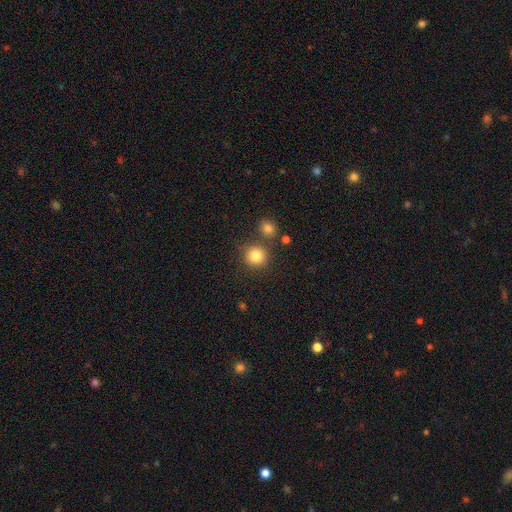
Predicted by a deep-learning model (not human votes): The model was most divided on "merging": none: 78%, merger: 10%, minor disturbance: 9%, major disturbance: 3%. More confident: how rounded — round (90%); smooth or featured — smooth (83%).